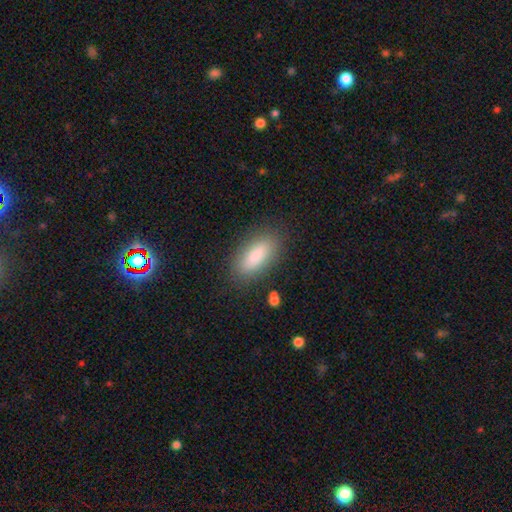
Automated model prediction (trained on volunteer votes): This appears to be a smooth galaxy with no disk features (85%) that is in between round and cigar-shaped (79%). Merging: none (85%).